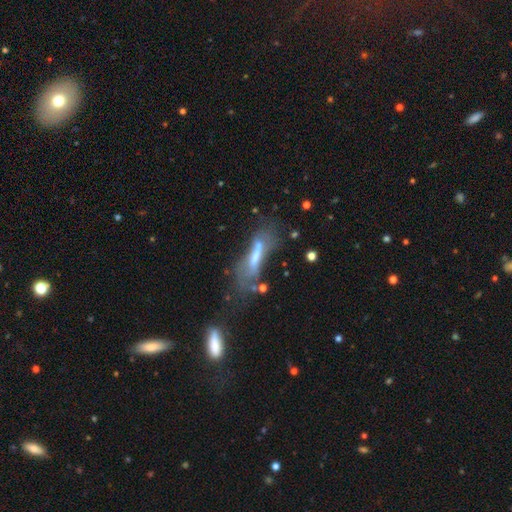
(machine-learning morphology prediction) Q: Smooth or featured?
A: featured or disk (46%); runner-up: smooth (42%)
Q: Merging?
A: none (33%); runner-up: major disturbance (28%)